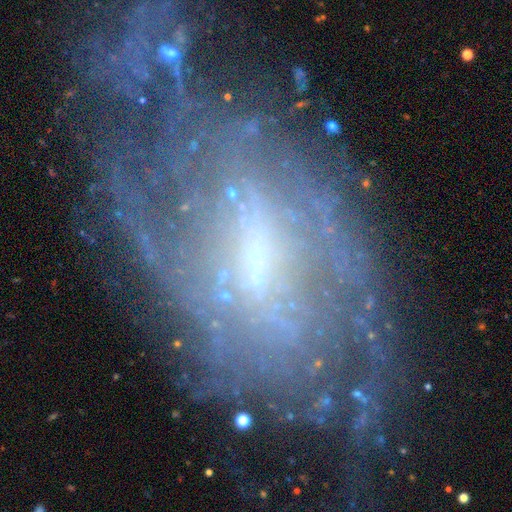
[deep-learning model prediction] smooth-or-featured: featured or disk: 81% | smooth: 10% | star or artifact: 9%
  disk-edge-on: no: 93% | yes: 7%
    bar: weak: 45% | no: 29% | strong: 27%
    has-spiral-arms: yes: 80% | no: 20%
      spiral-winding: tight: 39% | medium: 36% | loose: 25%
      spiral-arm-count: can't tell: 43% | 2: 31% | 3: 8% | 4: 6% | 1: 6% | more than 4: 6%
    bulge-size: small: 56% | moderate: 23% | none: 16% | large: 3% | dominant: 2%
  merging: none: 55% | minor disturbance: 21% | major disturbance: 20% | merger: 4%